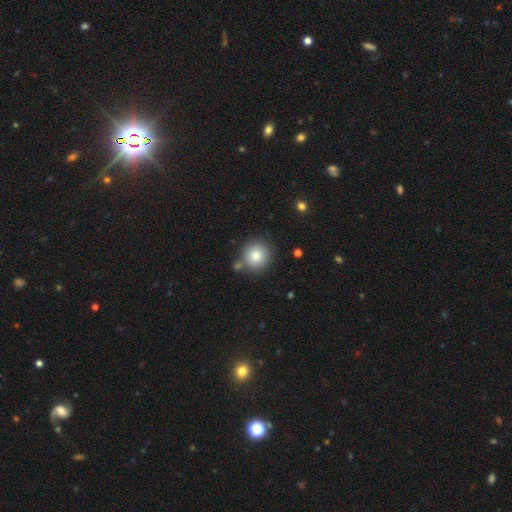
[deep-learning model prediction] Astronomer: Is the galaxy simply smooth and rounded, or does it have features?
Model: smooth — 81%.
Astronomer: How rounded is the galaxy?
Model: round — 91%.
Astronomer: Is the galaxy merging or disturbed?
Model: none — 75%.